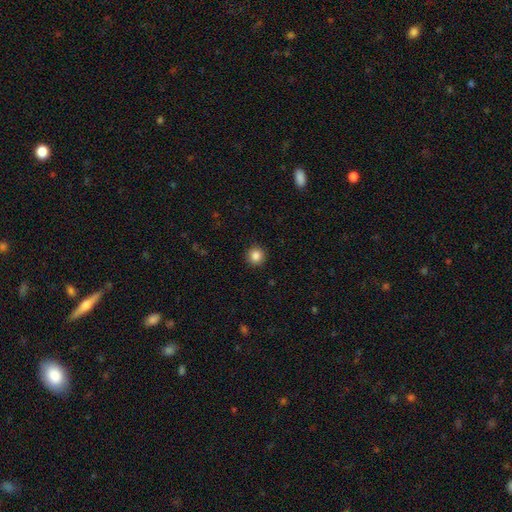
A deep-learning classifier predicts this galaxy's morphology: A smooth galaxy with no disk features (86%) that is round (95%).

Vote fractions:
- Smooth or featured? smooth: 86% / star or artifact: 10% / featured or disk: 4%
- How rounded? round: 95% / in between: 4% / cigar-shaped: 1%
- Merging? none: 92% / minor disturbance: 5% / major disturbance: 2% / merger: 1%